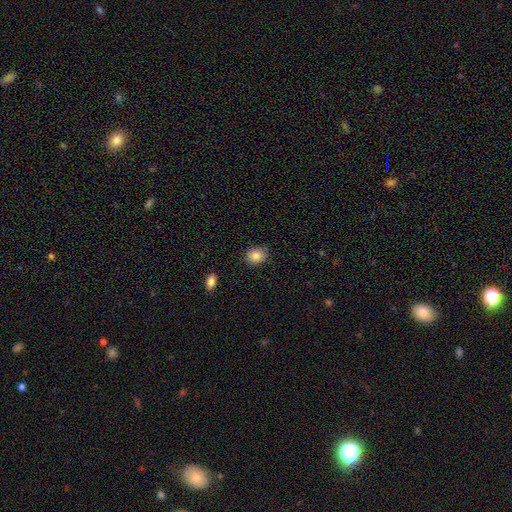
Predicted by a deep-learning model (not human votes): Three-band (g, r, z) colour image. It shows a smooth galaxy with no disk features (85%) that is round (64%). Merging: none (82%).